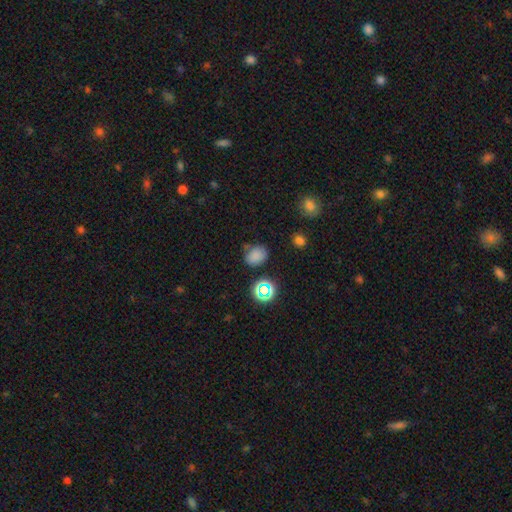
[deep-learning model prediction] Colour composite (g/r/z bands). It shows a smooth galaxy with no disk features (75%) that is in between round and cigar-shaped (58%). Merging: none (71%).